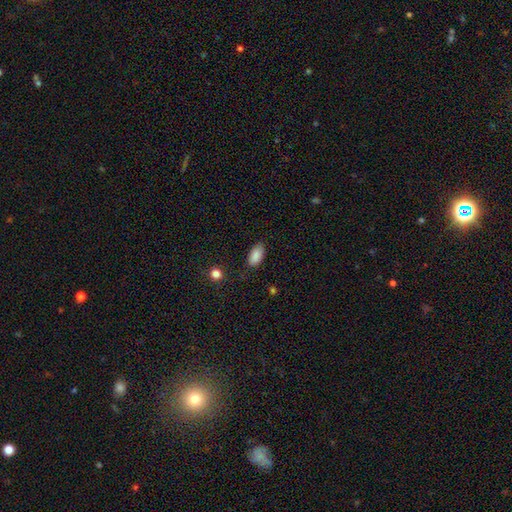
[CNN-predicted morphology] smooth-or-featured: smooth: 88% | star or artifact: 8% | featured or disk: 4%
  how-rounded: in between: 93% | cigar-shaped: 4% | round: 3%
  merging: none: 82% | minor disturbance: 13% | major disturbance: 3% | merger: 2%